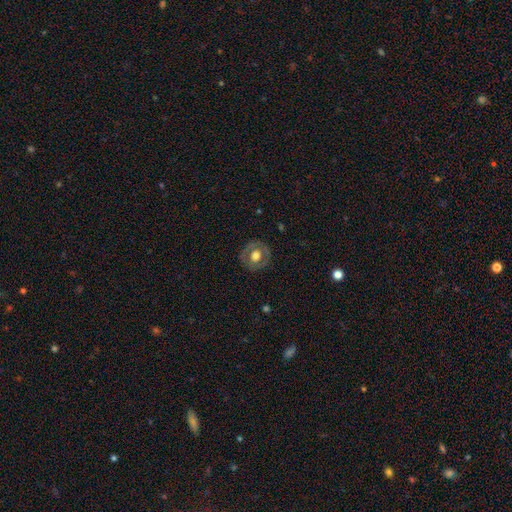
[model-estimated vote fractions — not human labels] smooth 48%, featured or disk 44%, star or artifact 7%. Down the decision tree: merging — none (83%).